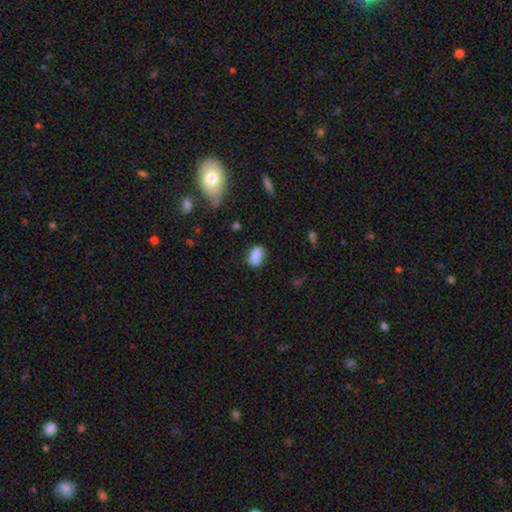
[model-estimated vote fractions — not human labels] This appears to be a smooth galaxy with no disk features (84%) that is in between round and cigar-shaped (85%). Merging: none (67%).